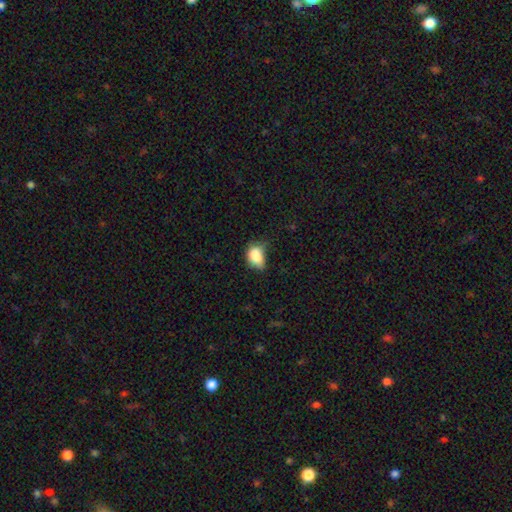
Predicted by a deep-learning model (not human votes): Morphology: type=smooth (85%); roundness=in between (80%); merging=minor disturbance (43%).